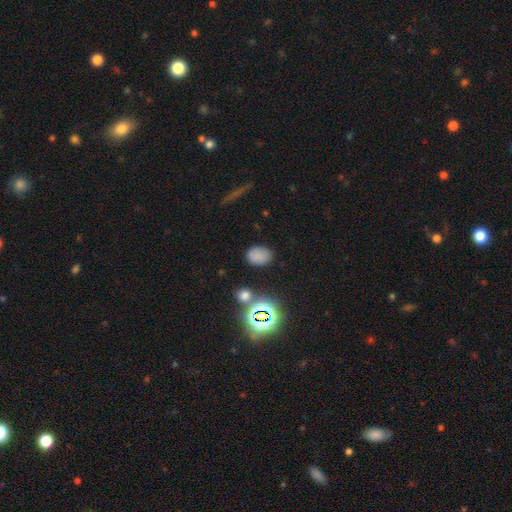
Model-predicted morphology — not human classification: A smooth galaxy with no disk features (73%) that is in between round and cigar-shaped (70%).

Vote fractions:
- Smooth or featured? smooth: 73% / star or artifact: 20% / featured or disk: 7%
- How rounded? in between: 70% / round: 28% / cigar-shaped: 1%
- Merging? none: 79% / minor disturbance: 13% / major disturbance: 4% / merger: 4%